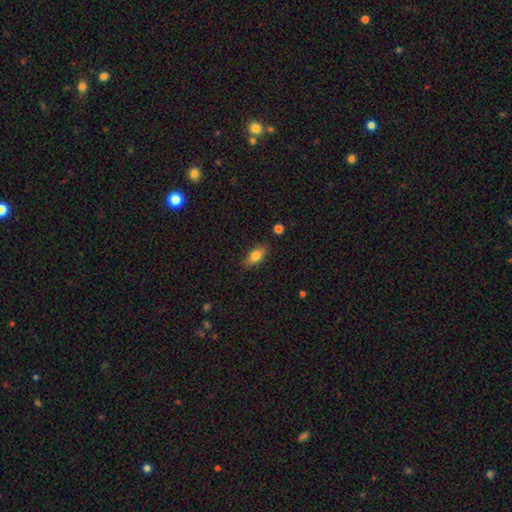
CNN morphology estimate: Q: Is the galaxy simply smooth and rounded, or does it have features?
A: smooth — 75%.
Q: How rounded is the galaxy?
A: in between — 82%.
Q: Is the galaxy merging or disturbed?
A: none — 84%.